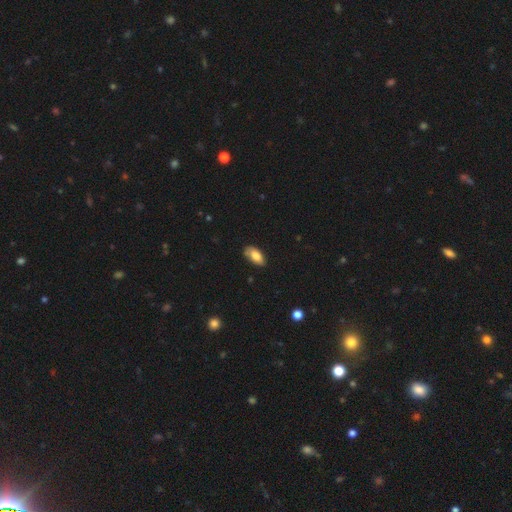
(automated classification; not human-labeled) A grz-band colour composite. It shows a smooth galaxy with no disk features (78%) that is in between round and cigar-shaped (92%). Merging: none (71%).